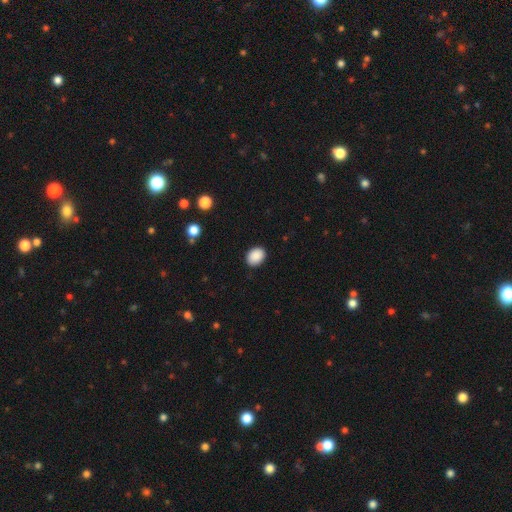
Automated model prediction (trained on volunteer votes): Smooth or featured: smooth — 89% (star or artifact — 8%)
How rounded: in between — 63% (round — 36%)
Merging: none — 89% (minor disturbance — 8%)